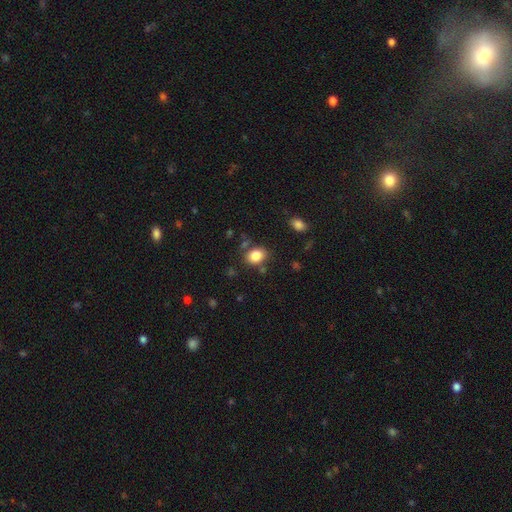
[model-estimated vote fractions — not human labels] smooth 84%, star or artifact 10%, featured or disk 6%. Down the decision tree: how rounded — in between (61%); merging — none (77%).